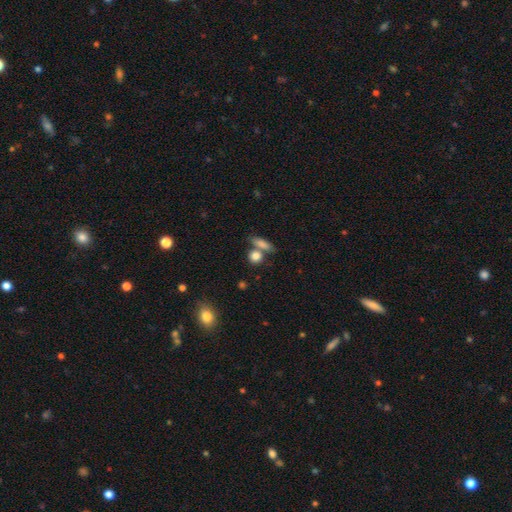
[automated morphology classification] A smooth galaxy with no disk features (84%) that is round (62%). Merging: none (56%).